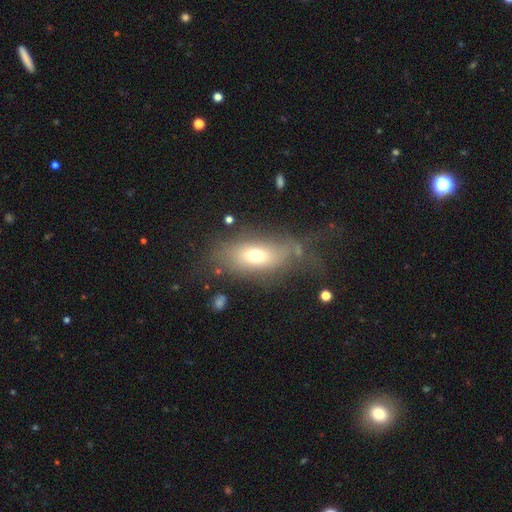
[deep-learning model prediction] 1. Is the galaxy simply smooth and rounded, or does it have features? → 64% smooth, 24% featured or disk, 12% star or artifact.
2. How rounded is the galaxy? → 82% in between, 10% round, 8% cigar-shaped.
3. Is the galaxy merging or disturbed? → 42% none, 29% major disturbance, 22% minor disturbance, 7% merger.